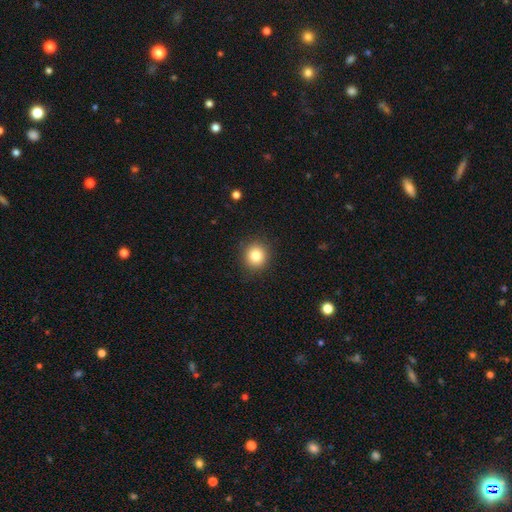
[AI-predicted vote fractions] This appears to be a smooth galaxy with no disk features (83%) that is round (87%). Merging: none (89%).